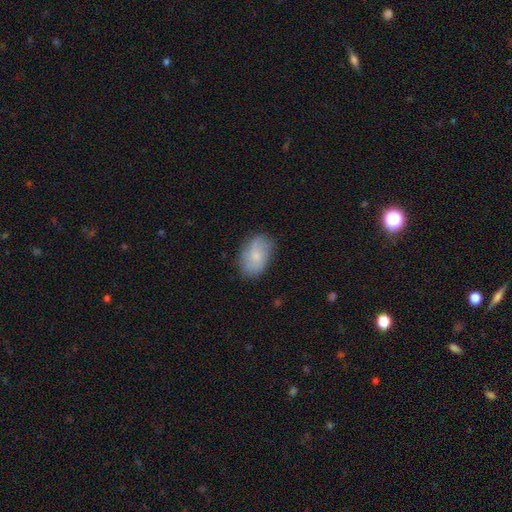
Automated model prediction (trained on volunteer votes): This appears to be a smooth galaxy with no disk features (65%) that is in between round and cigar-shaped (87%). Merging: none (73%).